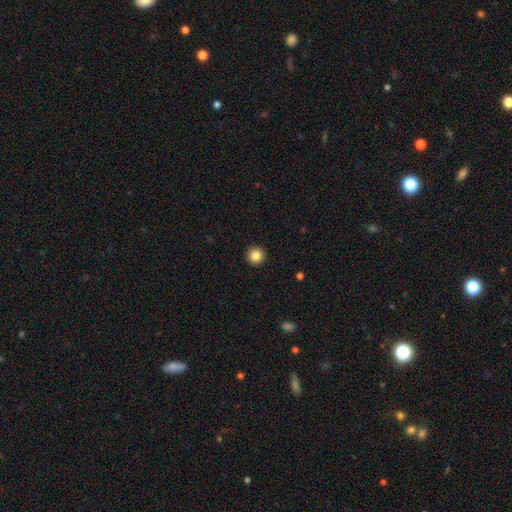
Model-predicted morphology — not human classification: smooth 85%, star or artifact 10%, featured or disk 5%. Down the decision tree: how rounded — round (96%); merging — none (93%).